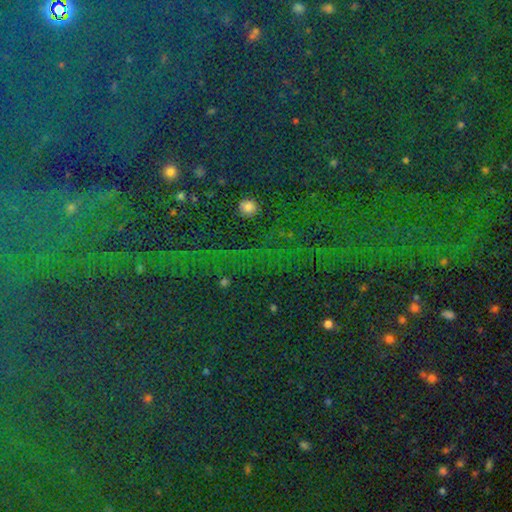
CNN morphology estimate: Smooth or featured? star or artifact (84%)